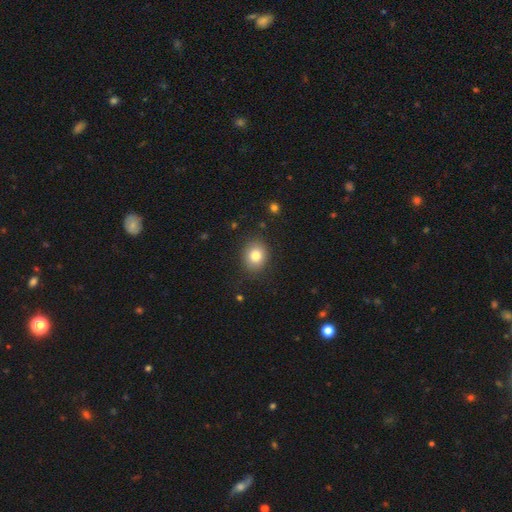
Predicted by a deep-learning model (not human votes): Morphology: type=smooth (81%); roundness=round (59%); merging=none (86%).